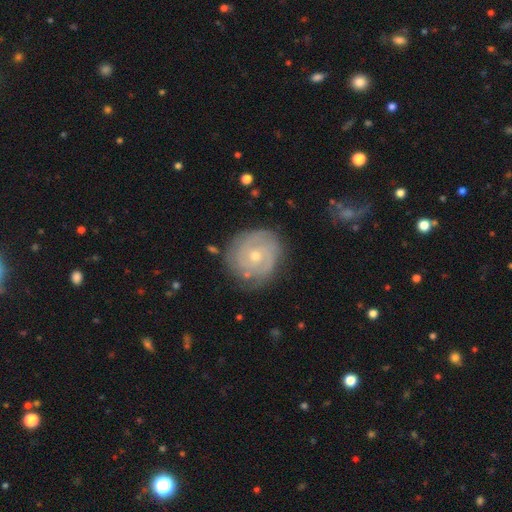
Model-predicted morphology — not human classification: featured or disk 74%, smooth 20%, star or artifact 7%. Down the decision tree: edge-on disk — no (97%); bar — no (78%); spiral arms — yes (87%); spiral arm count — can't tell (35%); spiral winding — tight (72%); bulge size — small (60%); merging — none (77%).